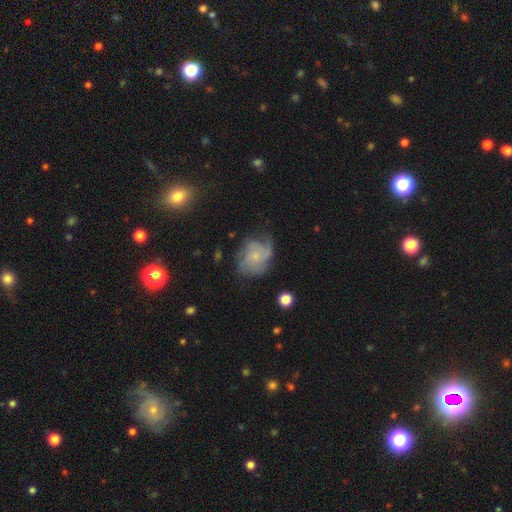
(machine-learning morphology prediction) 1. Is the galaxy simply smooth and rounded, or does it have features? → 70% featured or disk, 22% smooth, 8% star or artifact.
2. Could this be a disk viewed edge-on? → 98% no, 2% yes.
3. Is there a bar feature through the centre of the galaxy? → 80% no, 18% weak, 2% strong.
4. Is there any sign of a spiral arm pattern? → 89% yes, 11% no.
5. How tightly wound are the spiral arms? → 41% medium, 37% tight, 22% loose.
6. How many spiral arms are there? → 33% can't tell, 27% 3, 14% 2, 13% 4, 7% 1, 6% more than 4.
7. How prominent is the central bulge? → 72% small, 19% moderate, 7% none, 1% large, 1% dominant.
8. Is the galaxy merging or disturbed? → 53% none, 26% minor disturbance, 19% major disturbance, 2% merger.